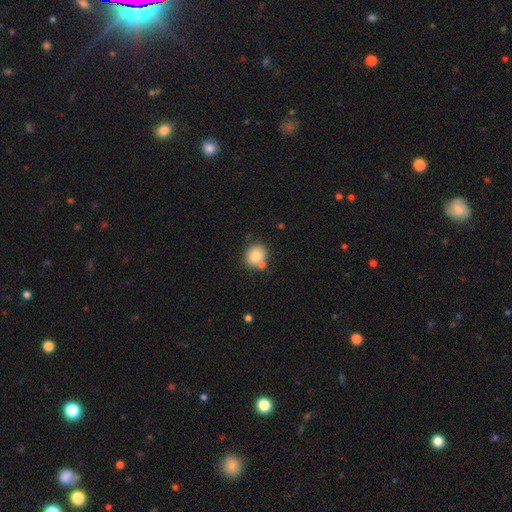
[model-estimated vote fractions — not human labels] smooth-or-featured: smooth: 83% | star or artifact: 9% | featured or disk: 8%
  how-rounded: round: 73% | in between: 26% | cigar-shaped: 1%
  merging: none: 69% | merger: 15% | minor disturbance: 12% | major disturbance: 3%